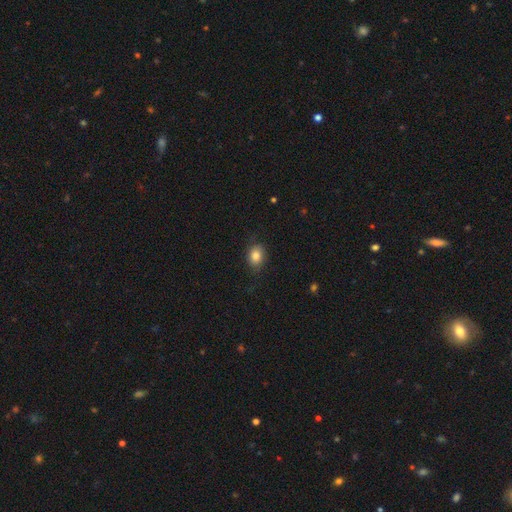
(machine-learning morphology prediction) smooth_or_featured: smooth (p=0.84) [alt: star or artifact p=0.09]
how_rounded: in between (p=0.61) [alt: round p=0.38]
merging: none (p=0.79) [alt: minor disturbance p=0.16]